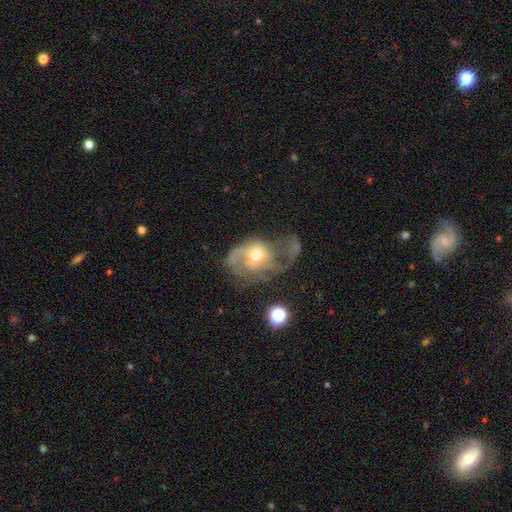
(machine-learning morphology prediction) Smooth or featured? Predicted: featured or disk (p=0.64). Edge-on disk? Predicted: no (p=0.96). Bar? Predicted: no (p=0.74). Spiral arms? Predicted: yes (p=0.68). Bulge size? Predicted: moderate (p=0.68). Merging? Predicted: major disturbance (p=0.56).